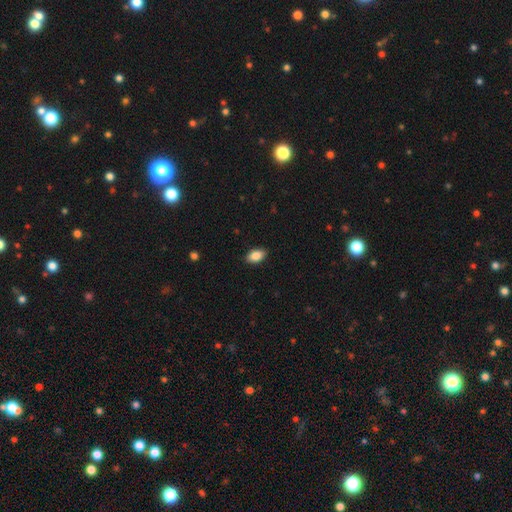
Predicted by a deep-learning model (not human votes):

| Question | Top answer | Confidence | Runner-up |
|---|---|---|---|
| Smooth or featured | smooth | 88% | star or artifact (7%) |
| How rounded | in between | 92% | round (5%) |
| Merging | none | 88% | minor disturbance (9%) |